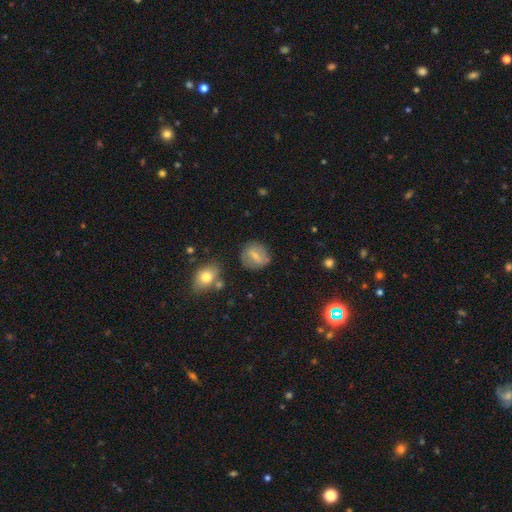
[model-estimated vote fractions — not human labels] Overall: smooth (60%; featured or disk 31%). How rounded: round (70%). Merging: none (76%).